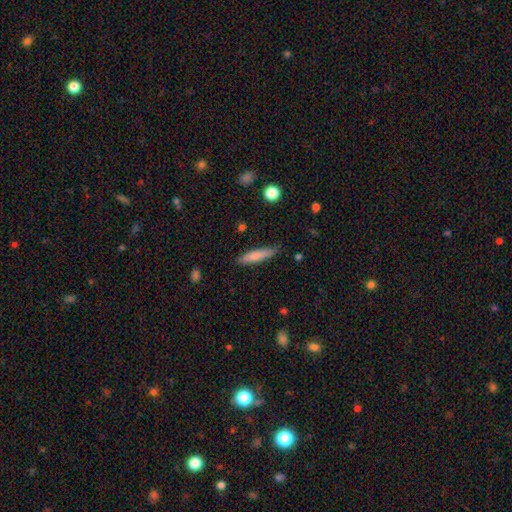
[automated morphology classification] A smooth galaxy with no disk features (76%) that is cigar-shaped (86%).

Vote fractions:
- Smooth or featured? smooth: 76% / featured or disk: 18% / star or artifact: 6%
- How rounded? cigar-shaped: 86% / in between: 13% / round: 1%
- Merging? none: 83% / minor disturbance: 13% / major disturbance: 2% / merger: 2%